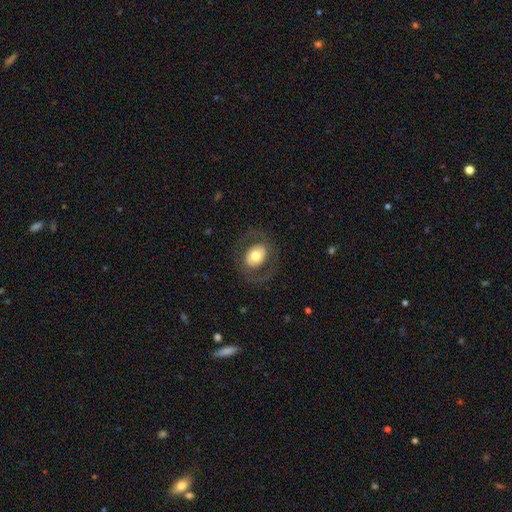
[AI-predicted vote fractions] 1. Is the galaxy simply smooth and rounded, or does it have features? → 48% smooth, 45% featured or disk, 7% star or artifact.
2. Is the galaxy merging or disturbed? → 76% none, 12% major disturbance, 11% minor disturbance, 1% merger.